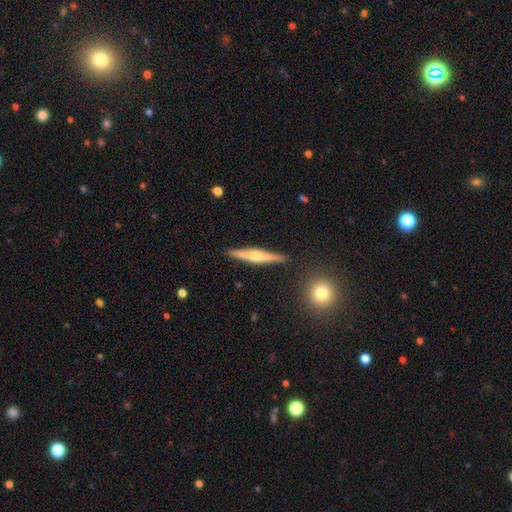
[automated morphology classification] Smooth or featured? Predicted: featured or disk (p=0.72). Edge-on disk? Predicted: yes (p=0.97). Edge-on bulge? Predicted: rounded (p=0.88). Merging? Predicted: none (p=0.90).